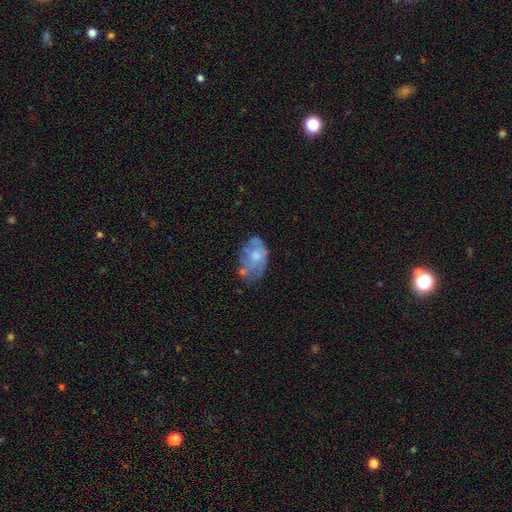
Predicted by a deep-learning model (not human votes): featured or disk 51%, smooth 42%, star or artifact 8%. Down the decision tree: edge-on disk — no (96%); merging — none (46%).